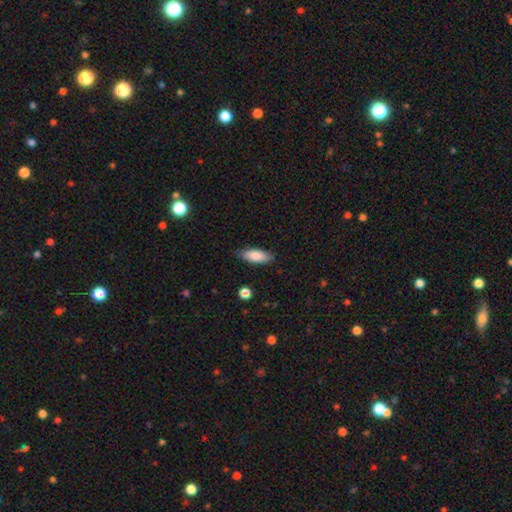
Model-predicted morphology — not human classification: smooth-or-featured: smooth: 86% | featured or disk: 8% | star or artifact: 6%
  how-rounded: in between: 71% | cigar-shaped: 27% | round: 2%
  merging: none: 83% | minor disturbance: 13% | major disturbance: 2% | merger: 1%